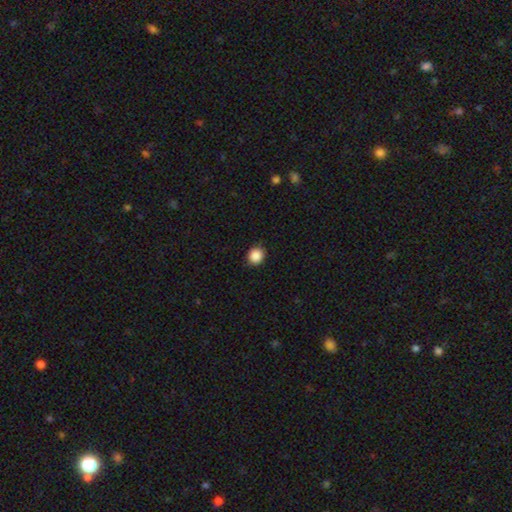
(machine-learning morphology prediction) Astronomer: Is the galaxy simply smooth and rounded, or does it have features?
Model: smooth — 88%.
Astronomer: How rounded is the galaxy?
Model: round — 88%.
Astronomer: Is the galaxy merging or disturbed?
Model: none — 89%.